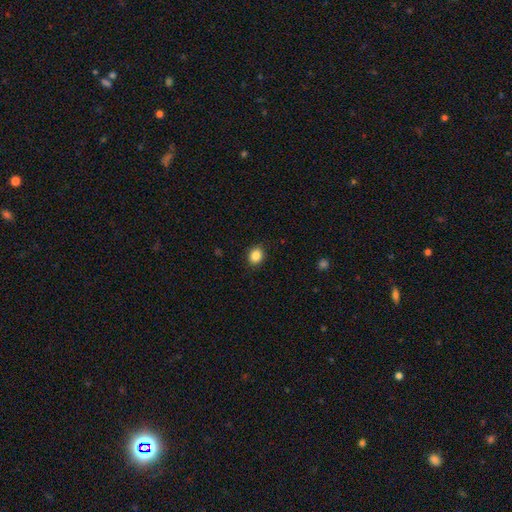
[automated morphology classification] Overall: smooth (86%). How rounded: round (67%; in between 32%). Merging: none (88%).